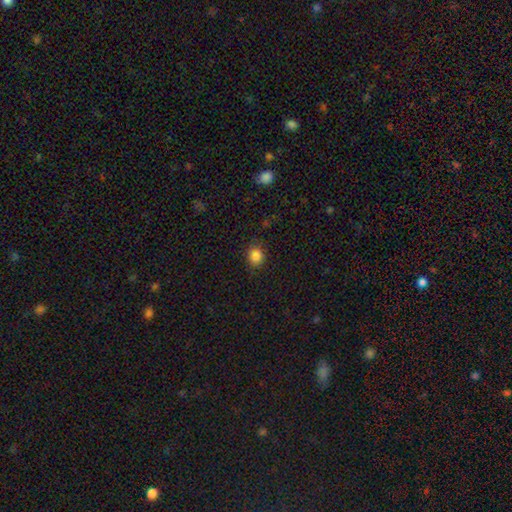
Smooth or featured?
  - smooth: 84% *
  - featured or disk: 8%
  - star or artifact: 8%
How rounded?
  - round: 97% *
  - in between: 3%
  - cigar-shaped: 0%
Merging?
  - none: 86% *
  - minor disturbance: 11%
  - major disturbance: 3%
  - merger: 0%